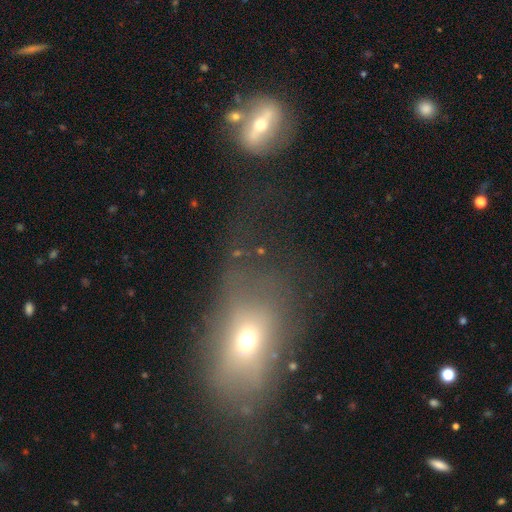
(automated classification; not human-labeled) This is possibly a smooth galaxy (50%). Merging: marginally none (38%).